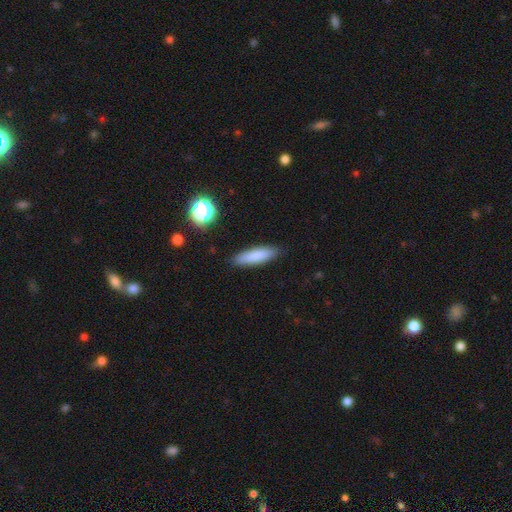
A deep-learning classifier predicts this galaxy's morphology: This is clearly a smooth galaxy (83%). How rounded: likely cigar-shaped (64%). Merging: clearly none (87%).